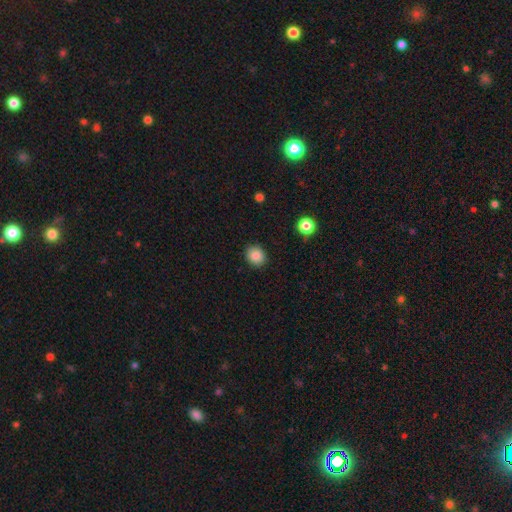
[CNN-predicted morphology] This appears to be a smooth galaxy with no disk features (86%) that is round (71%). Merging: none (89%).